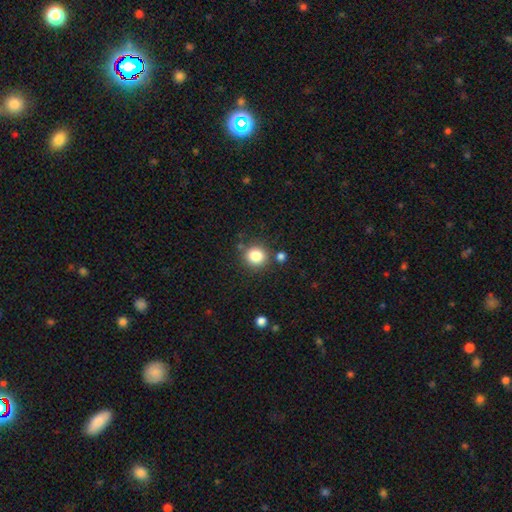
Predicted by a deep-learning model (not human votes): Smooth or featured? Predicted: smooth (p=0.84). How rounded? Predicted: round (p=0.87). Merging? Predicted: none (p=0.80).